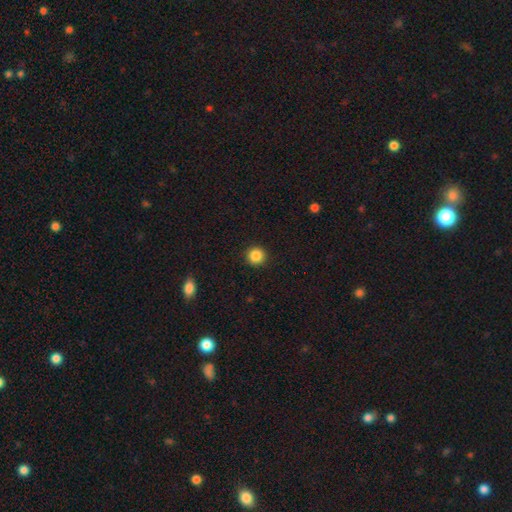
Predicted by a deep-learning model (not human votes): The model was most divided on "smooth or featured": smooth: 87%, star or artifact: 10%, featured or disk: 4%. More confident: how rounded — round (95%); merging — none (92%).